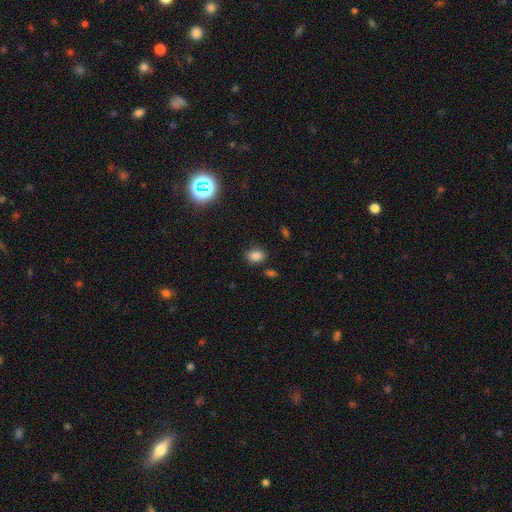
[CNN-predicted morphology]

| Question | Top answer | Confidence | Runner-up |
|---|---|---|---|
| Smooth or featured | smooth | 82% | star or artifact (14%) |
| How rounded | in between | 65% | round (34%) |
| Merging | none | 81% | minor disturbance (12%) |